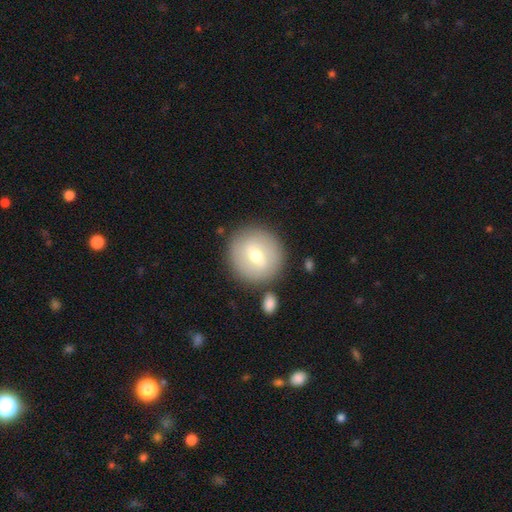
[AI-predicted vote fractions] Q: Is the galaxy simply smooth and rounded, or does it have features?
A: smooth — 54%.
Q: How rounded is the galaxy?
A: round — 92%.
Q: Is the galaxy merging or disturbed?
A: none — 81%.